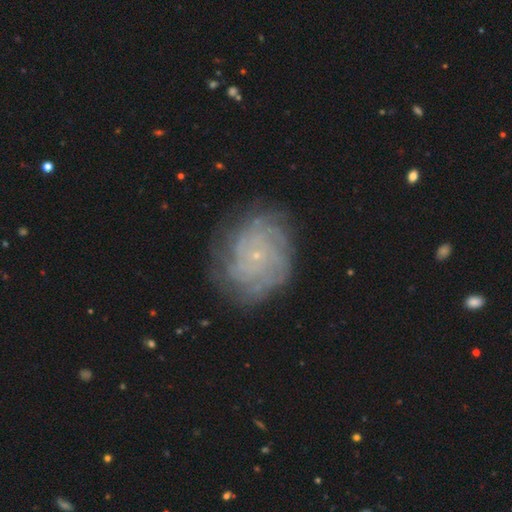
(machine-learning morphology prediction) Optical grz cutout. It shows a featured or disk galaxy (78%) with no bar (84%), tight (77%) spiral arms (94%) and a small central bulge (89%). Merging: none (81%).